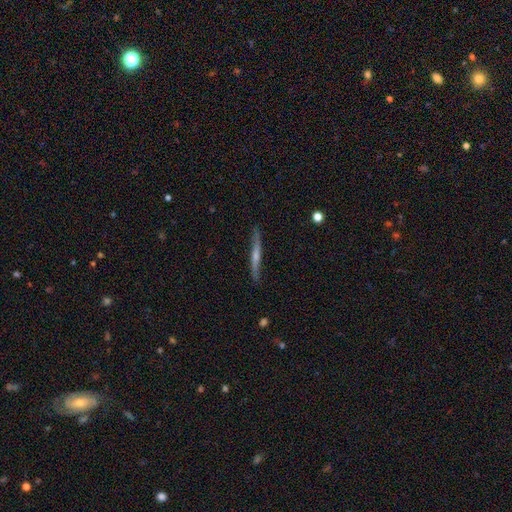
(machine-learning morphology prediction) This is likely a featured or disk galaxy (67%). It is clearly viewed edge-on (93%). Edge-on bulge: likely rounded (73%). Merging: clearly none (87%).